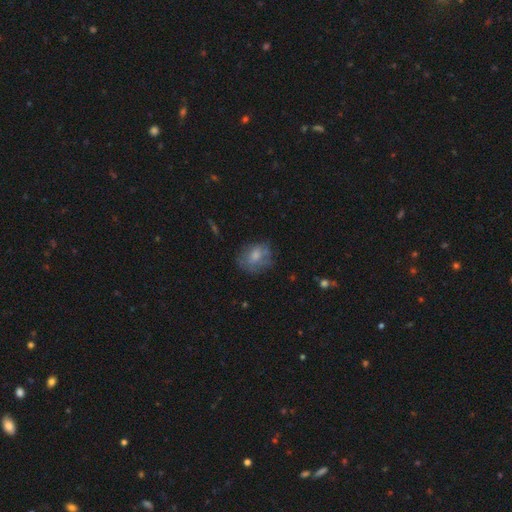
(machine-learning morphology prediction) The model was most divided on "how rounded": in between: 50%, round: 49%, cigar-shaped: 1%. More confident: smooth or featured — smooth (63%); merging — none (60%).